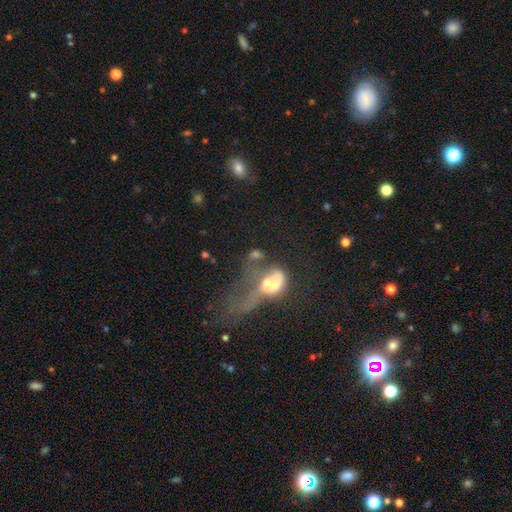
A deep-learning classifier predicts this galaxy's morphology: The model was most divided on "smooth or featured": featured or disk: 44%, smooth: 40%, star or artifact: 16%. Remaining: merging — merger (44%).